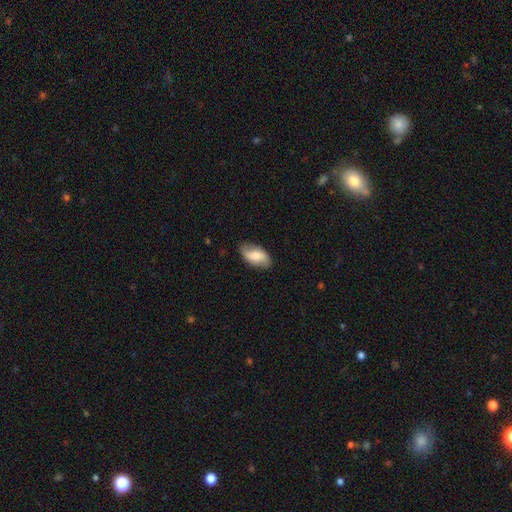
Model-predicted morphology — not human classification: Smooth or featured? smooth (59%)
How rounded? in between (93%)
Merging? none (80%)